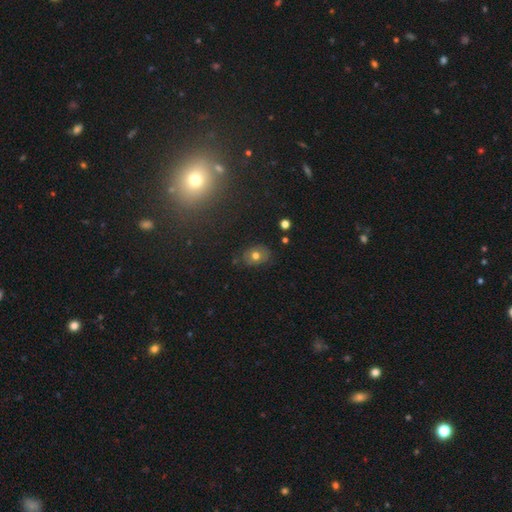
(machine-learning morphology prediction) Smooth or featured?
  - smooth: 62% *
  - featured or disk: 23%
  - star or artifact: 16%
How rounded?
  - in between: 59% *
  - round: 40%
  - cigar-shaped: 1%
Merging?
  - none: 82% *
  - minor disturbance: 14%
  - major disturbance: 3%
  - merger: 1%